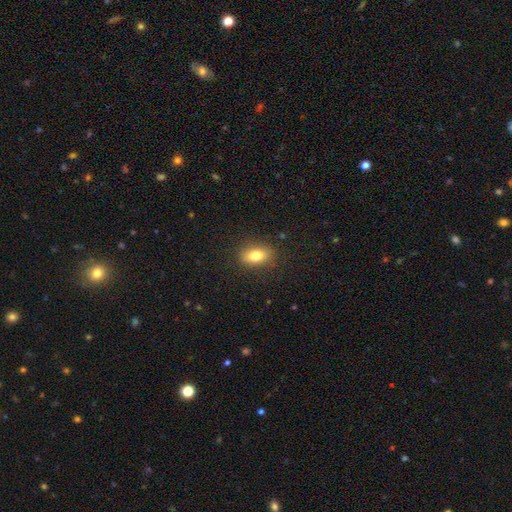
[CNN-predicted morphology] This appears to be a smooth galaxy with no disk features (78%) that is in between round and cigar-shaped (82%). Merging: none (86%).